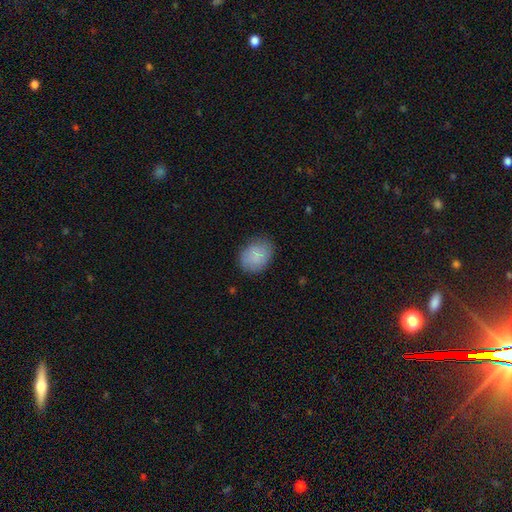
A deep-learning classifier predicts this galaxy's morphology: smooth-or-featured: smooth: 83% | featured or disk: 9% | star or artifact: 8%
  how-rounded: in between: 58% | round: 41% | cigar-shaped: 1%
  merging: none: 80% | minor disturbance: 15% | major disturbance: 4% | merger: 1%